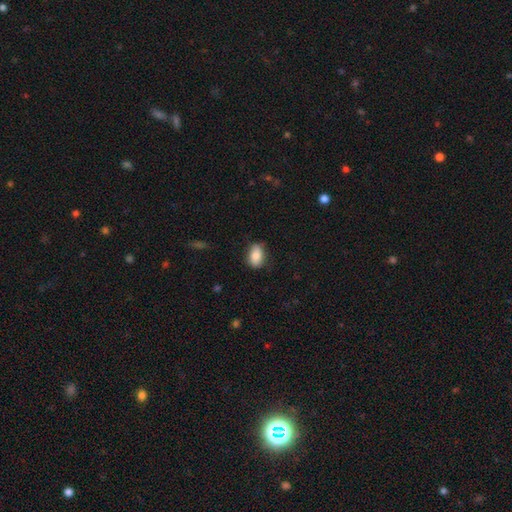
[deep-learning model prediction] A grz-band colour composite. It shows a smooth galaxy with no disk features (82%) that is in between round and cigar-shaped (88%). Merging: none (77%).